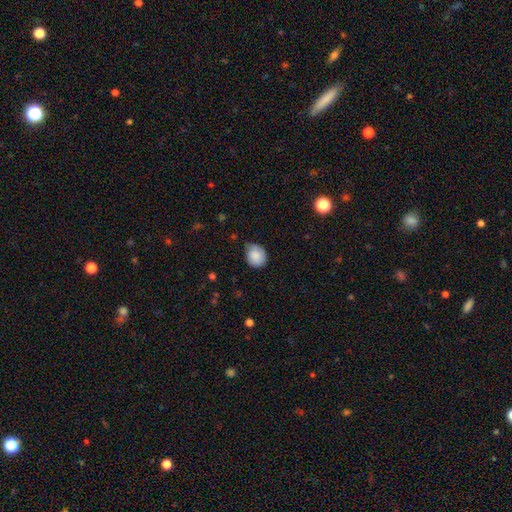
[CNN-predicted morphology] Q: Smooth or featured?
A: smooth (86%); runner-up: star or artifact (8%)
Q: How rounded?
A: round (69%); runner-up: in between (30%)
Q: Merging?
A: none (62%); runner-up: minor disturbance (31%)